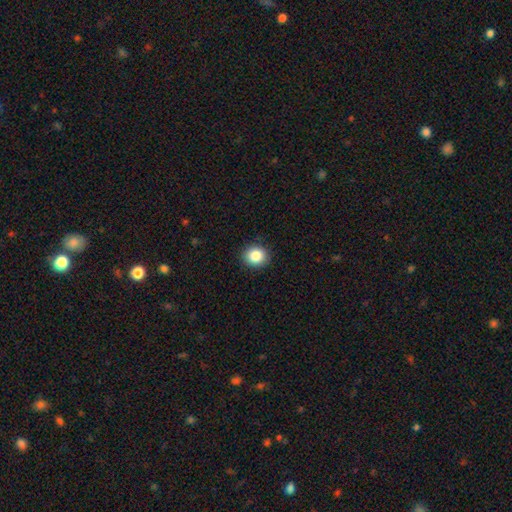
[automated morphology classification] The model was most divided on "how rounded": round: 80%, in between: 19%, cigar-shaped: 1%. More confident: merging — none (91%); smooth or featured — smooth (85%).